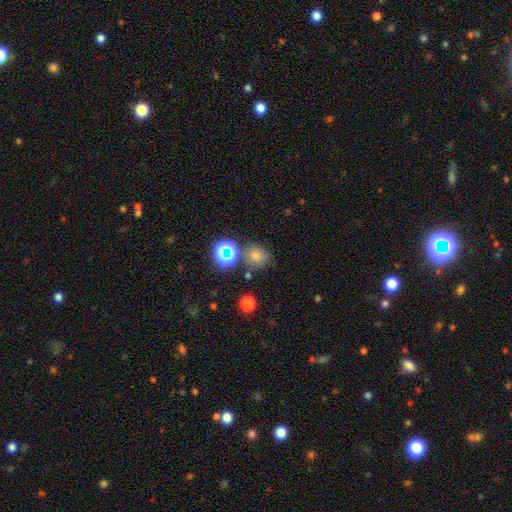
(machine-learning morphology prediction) type=smooth (69%); roundness=round (74%); merging=none (67%).